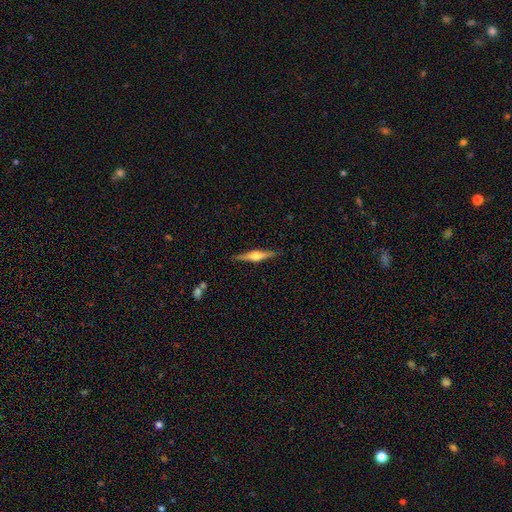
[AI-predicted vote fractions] This appears to be a featured or disk galaxy (70%) viewed edge-on (98%) with a rounded central bulge (91%). Merging: none (89%).